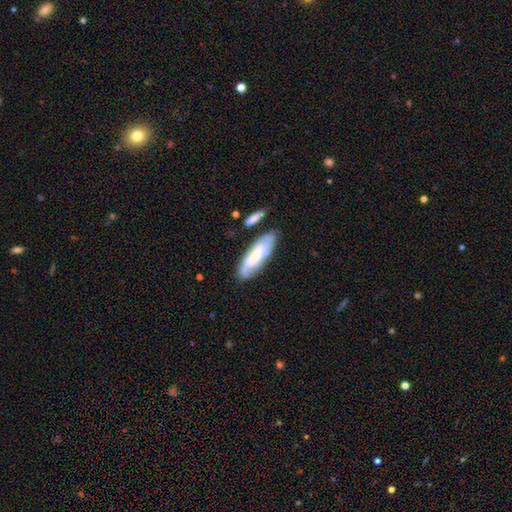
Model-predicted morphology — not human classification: A featured or disk galaxy (51%). Merging: none (68%).